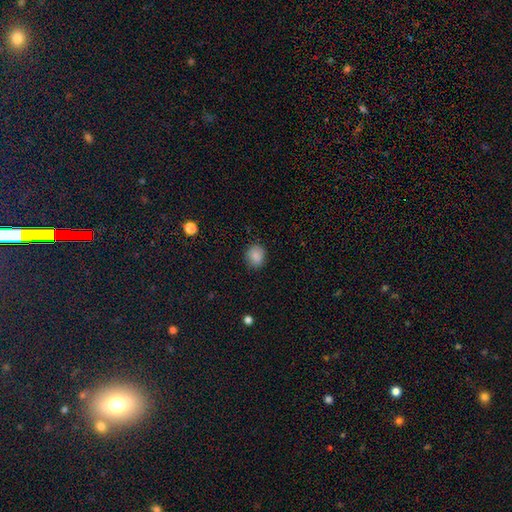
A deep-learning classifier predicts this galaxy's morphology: smooth_or_featured: smooth (p=0.86) [alt: star or artifact p=0.09]
how_rounded: round (p=0.72) [alt: in between p=0.27]
merging: none (p=0.86) [alt: minor disturbance p=0.10]